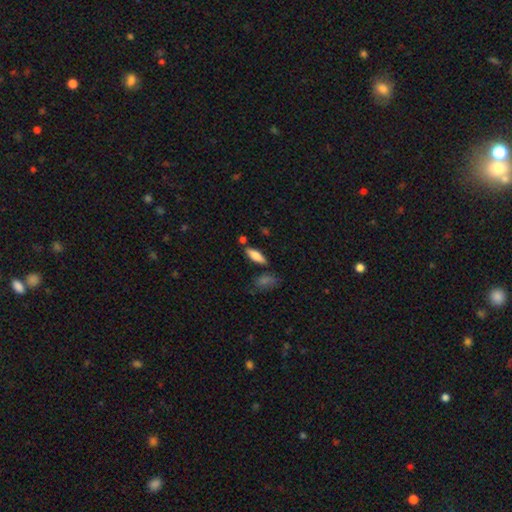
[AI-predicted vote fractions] Q: Smooth or featured?
A: smooth (75%); runner-up: featured or disk (18%)
Q: How rounded?
A: in between (56%); runner-up: cigar-shaped (42%)
Q: Merging?
A: none (76%); runner-up: minor disturbance (13%)